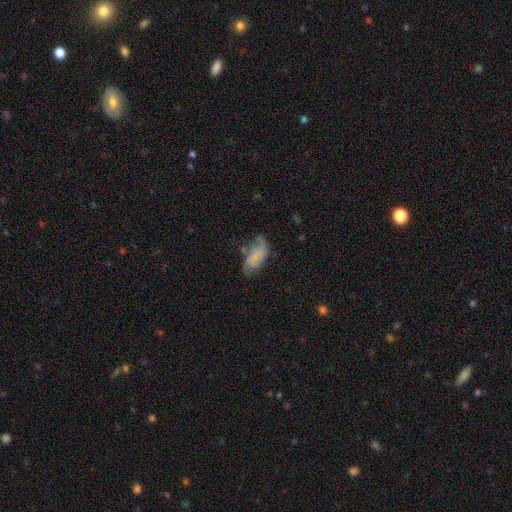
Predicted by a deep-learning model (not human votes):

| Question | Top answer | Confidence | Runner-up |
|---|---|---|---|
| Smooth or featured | smooth | 57% | featured or disk (34%) |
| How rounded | in between | 91% | cigar-shaped (6%) |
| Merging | none | 50% | minor disturbance (32%) |